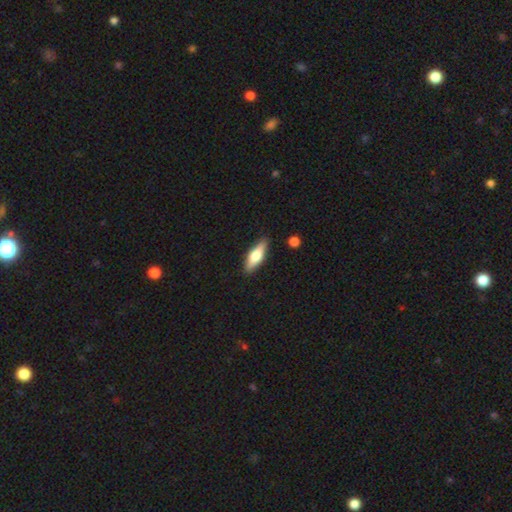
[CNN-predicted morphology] A smooth galaxy with no disk features (55%) that is cigar-shaped (50%). Merging: none (88%).